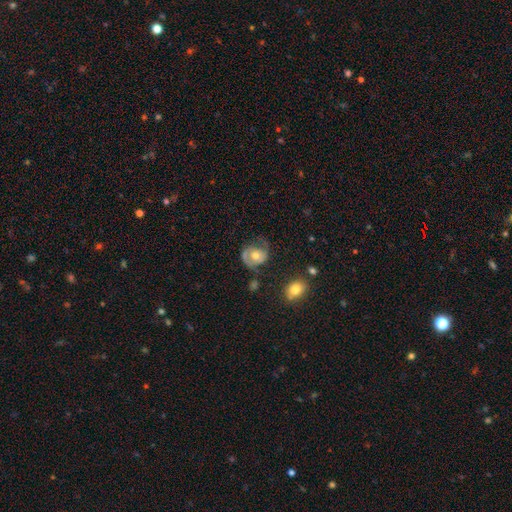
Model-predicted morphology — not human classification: A featured or disk galaxy (56%) with no bar (76%), spiral arms (68%) and a moderate central bulge (67%).

Vote fractions:
- Smooth or featured? featured or disk: 56% / smooth: 37% / star or artifact: 7%
- Edge-on disk? no: 97% / yes: 3%
- Bar? no: 76% / weak: 19% / strong: 5%
- Spiral arms? yes: 68% / no: 32%
- Bulge size? moderate: 67% / small: 18% / large: 11% / none: 2% / dominant: 1%
- Merging? none: 48% / minor disturbance: 25% / major disturbance: 22% / merger: 4%